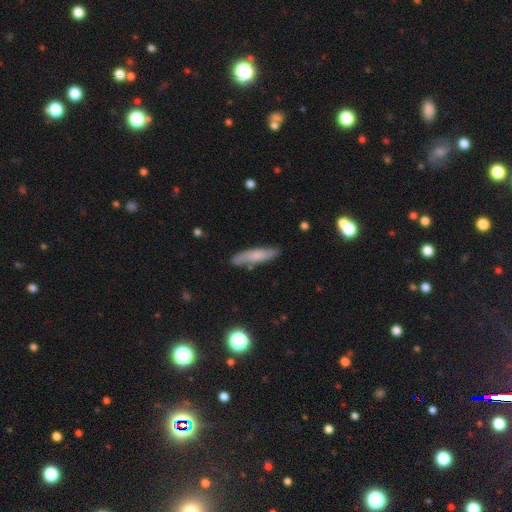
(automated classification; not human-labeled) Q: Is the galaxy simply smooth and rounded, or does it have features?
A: smooth — 61%.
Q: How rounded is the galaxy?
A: cigar-shaped — 77%.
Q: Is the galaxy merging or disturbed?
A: none — 79%.